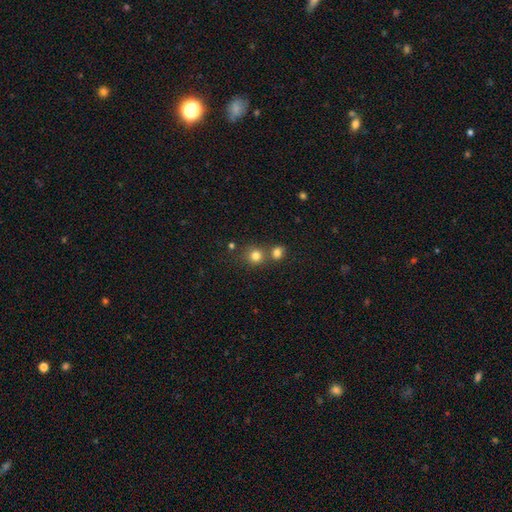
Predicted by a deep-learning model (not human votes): Smooth or featured? smooth (80%)
How rounded? round (87%)
Merging? none (60%)